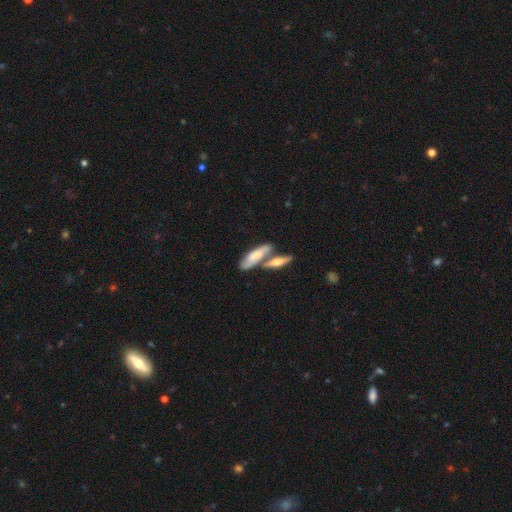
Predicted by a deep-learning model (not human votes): Overall: smooth (56%; featured or disk 37%). How rounded: in between (52%; cigar-shaped 46%). Merging: merger (43%; none 40%).